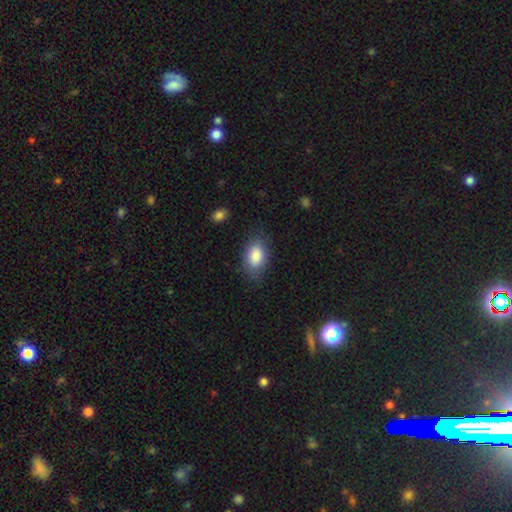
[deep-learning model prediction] smooth-or-featured: smooth: 86% | featured or disk: 7% | star or artifact: 7%
  how-rounded: in between: 89% | round: 9% | cigar-shaped: 2%
  merging: none: 76% | minor disturbance: 17% | major disturbance: 5% | merger: 2%